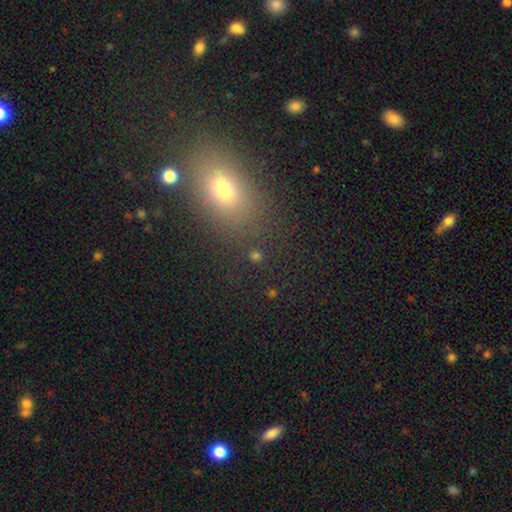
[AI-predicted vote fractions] This appears to be a smooth galaxy with no disk features (65%) that is round (70%). Merging: none (76%).